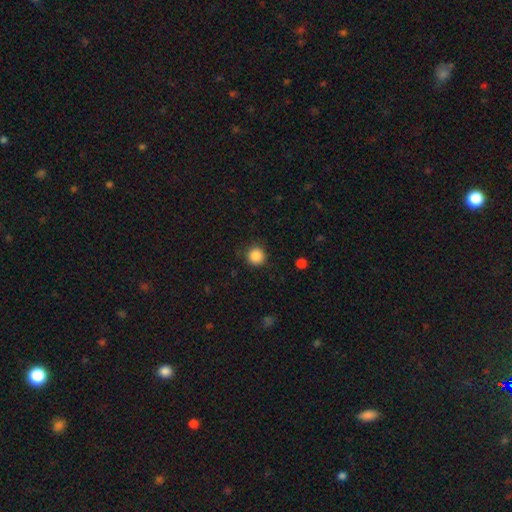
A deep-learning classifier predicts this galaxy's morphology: A smooth galaxy with no disk features (87%) that is round (94%). Merging: none (88%).